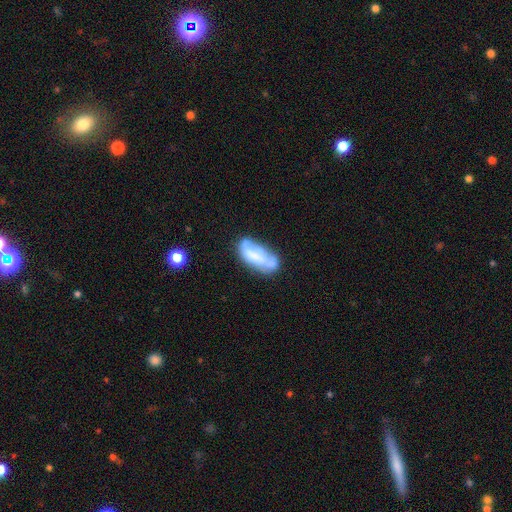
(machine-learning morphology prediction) type=smooth (49%); merging=none (43%).